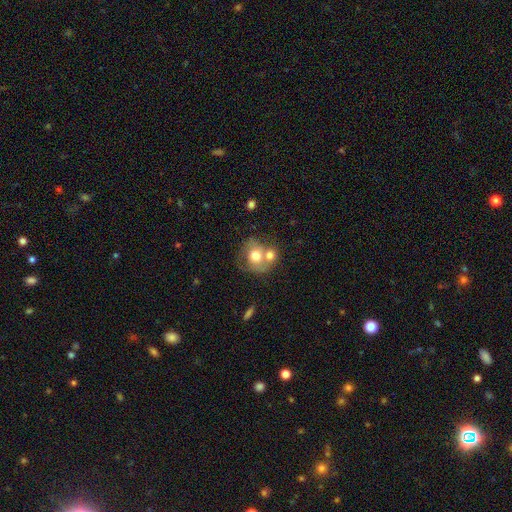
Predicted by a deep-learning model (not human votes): A smooth galaxy with no disk features (63%) that is round (70%). Merging: merger (51%).